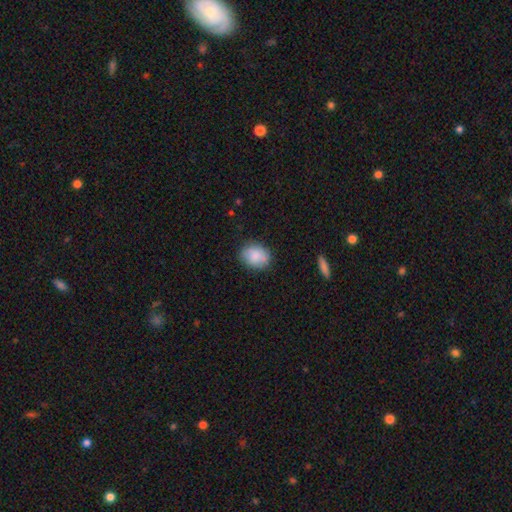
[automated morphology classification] smooth 83%, featured or disk 9%, star or artifact 7%. Down the decision tree: how rounded — in between (54%); merging — none (76%).